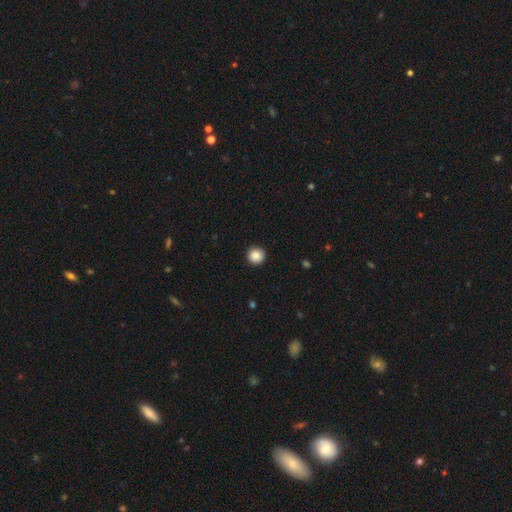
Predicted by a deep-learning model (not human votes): Smooth or featured? smooth (88%)
How rounded? round (95%)
Merging? none (93%)